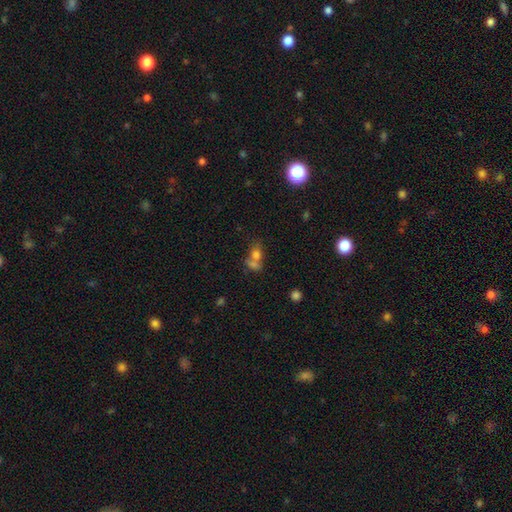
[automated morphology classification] This appears to be a smooth galaxy with no disk features (67%) that is round (49%). Merging: merger (57%).